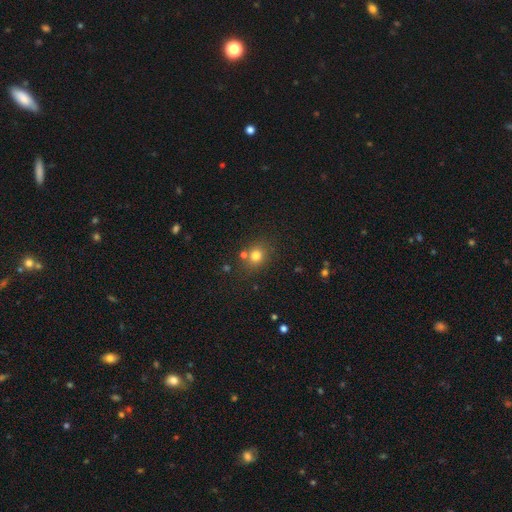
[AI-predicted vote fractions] A smooth galaxy with no disk features (76%) that is round (73%).

Vote fractions:
- Smooth or featured? smooth: 76% / star or artifact: 15% / featured or disk: 8%
- How rounded? round: 73% / in between: 26% / cigar-shaped: 1%
- Merging? none: 72% / merger: 13% / minor disturbance: 11% / major disturbance: 4%